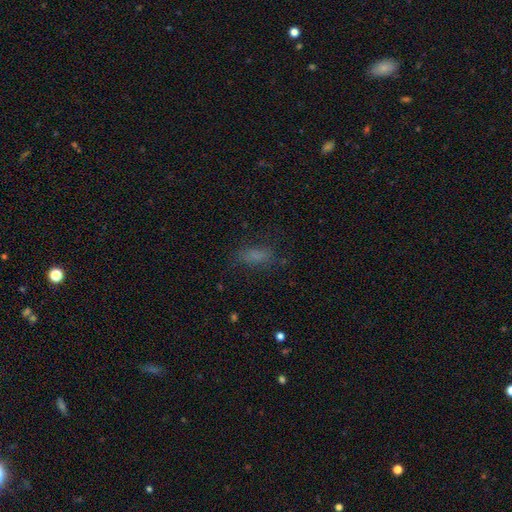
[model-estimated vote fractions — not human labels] A smooth galaxy with no disk features (71%) that is in between round and cigar-shaped (66%).

Vote fractions:
- Smooth or featured? smooth: 71% / star or artifact: 17% / featured or disk: 12%
- How rounded? in between: 66% / cigar-shaped: 30% / round: 4%
- Merging? none: 68% / minor disturbance: 19% / major disturbance: 11% / merger: 2%